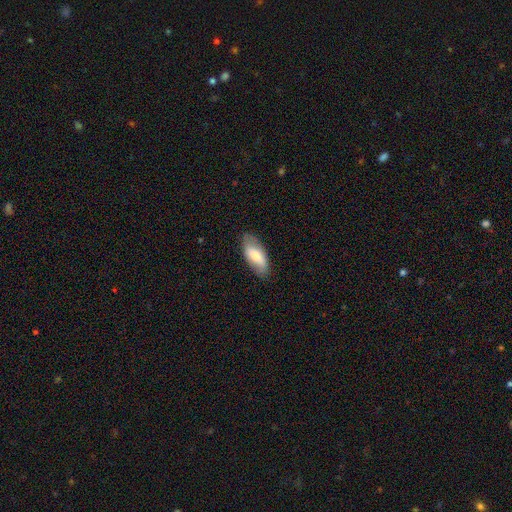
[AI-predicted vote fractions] This appears to be a smooth galaxy with no disk features (66%) that is in between round and cigar-shaped (87%). Merging: none (80%).